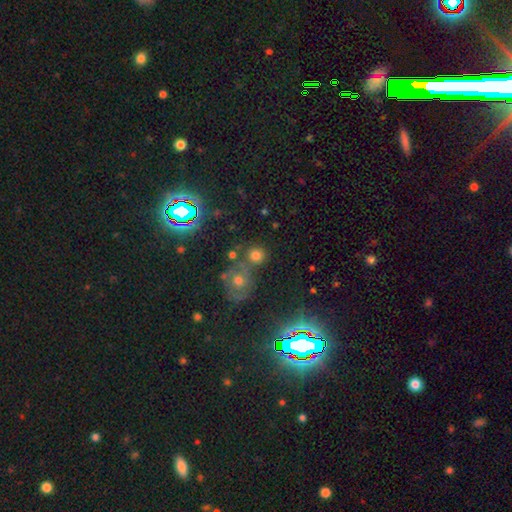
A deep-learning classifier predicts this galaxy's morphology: This appears to be a smooth galaxy with no disk features (73%) that is round (87%). Merging: none (67%).